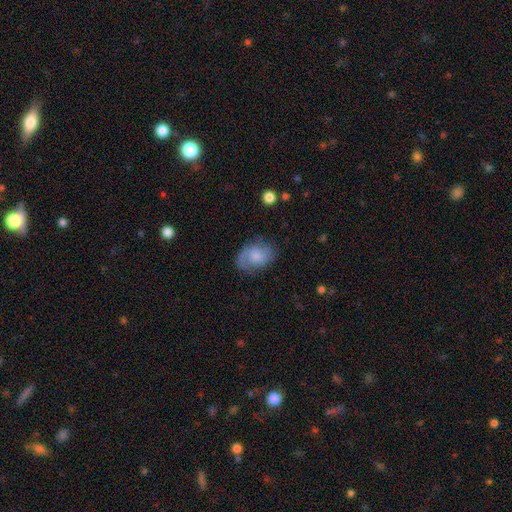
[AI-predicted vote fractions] This appears to be a smooth galaxy with no disk features (55%) that is in between round and cigar-shaped (78%). Merging: none (65%).